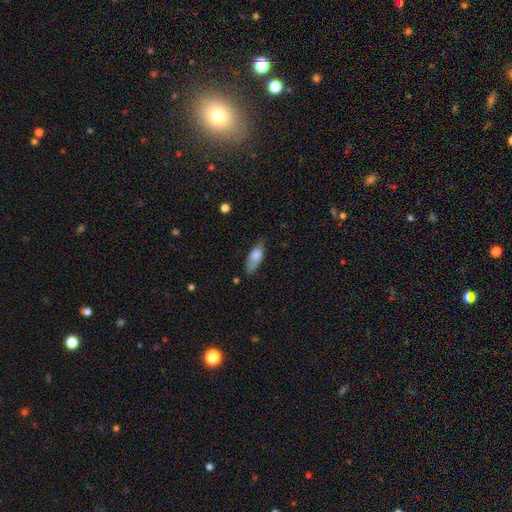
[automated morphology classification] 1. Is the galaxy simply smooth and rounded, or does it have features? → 74% smooth, 19% featured or disk, 7% star or artifact.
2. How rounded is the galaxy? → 73% in between, 24% cigar-shaped, 3% round.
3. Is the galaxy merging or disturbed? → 57% none, 32% minor disturbance, 9% major disturbance, 2% merger.